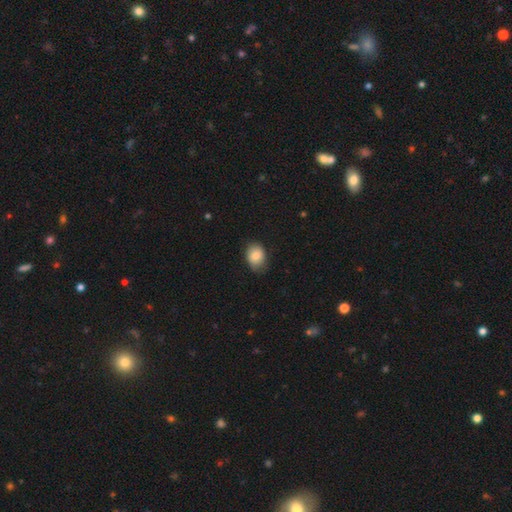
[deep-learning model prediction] This appears to be a smooth galaxy with no disk features (83%) that is in between round and cigar-shaped (63%). Merging: none (73%).